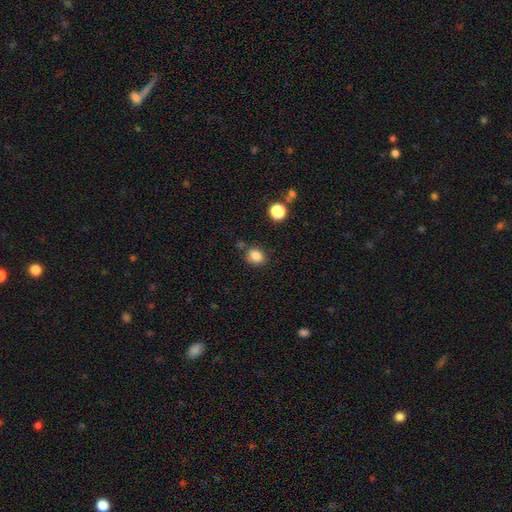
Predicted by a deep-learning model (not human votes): smooth_or_featured: smooth (p=0.84) [alt: star or artifact p=0.11]
how_rounded: round (p=0.54) [alt: in between p=0.45]
merging: none (p=0.76) [alt: minor disturbance p=0.14]